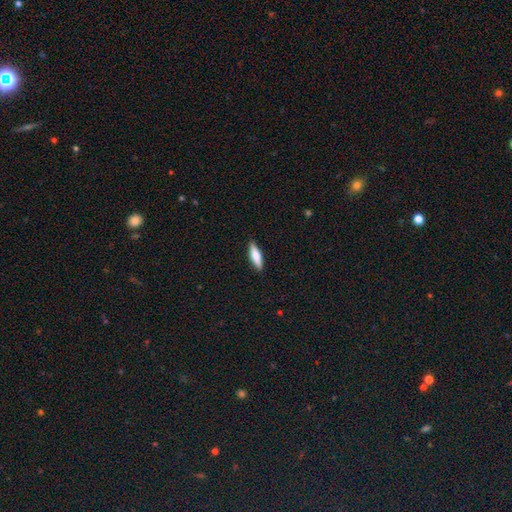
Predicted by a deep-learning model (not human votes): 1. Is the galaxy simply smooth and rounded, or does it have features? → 73% smooth, 21% featured or disk, 5% star or artifact.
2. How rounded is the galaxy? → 63% cigar-shaped, 35% in between, 2% round.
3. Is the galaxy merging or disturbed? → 89% none, 8% minor disturbance, 2% major disturbance, 1% merger.